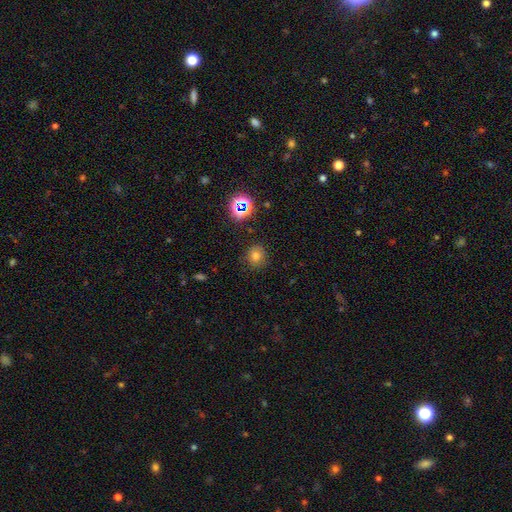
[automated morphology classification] Smooth or featured: smooth — 69% (star or artifact — 21%)
How rounded: round — 77% (in between — 22%)
Merging: none — 84% (minor disturbance — 11%)